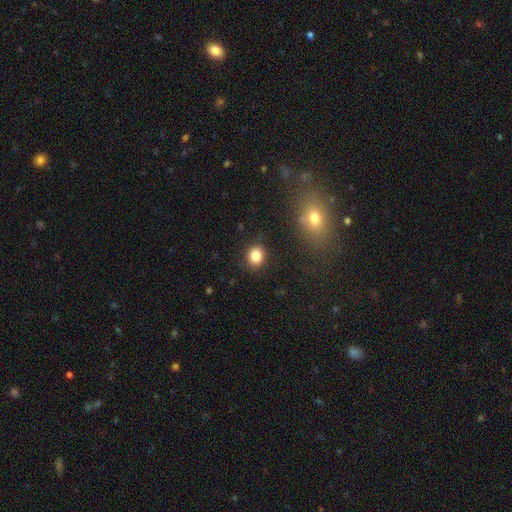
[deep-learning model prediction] A smooth galaxy with no disk features (84%) that is round (67%).

Vote fractions:
- Smooth or featured? smooth: 84% / star or artifact: 11% / featured or disk: 6%
- How rounded? round: 67% / in between: 32% / cigar-shaped: 1%
- Merging? none: 88% / minor disturbance: 8% / major disturbance: 2% / merger: 2%